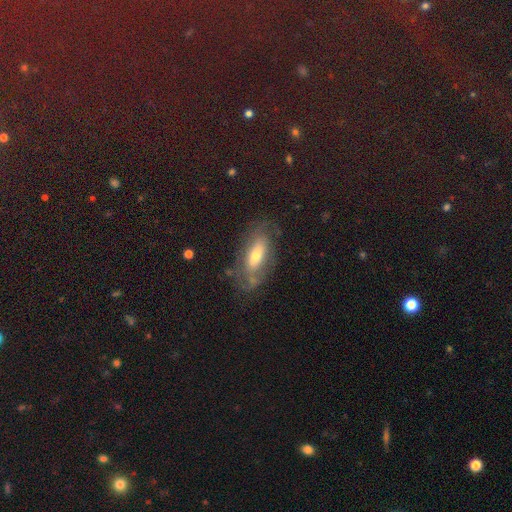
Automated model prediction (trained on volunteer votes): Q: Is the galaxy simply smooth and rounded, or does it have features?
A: featured or disk — 53%.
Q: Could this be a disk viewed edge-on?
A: no — 81%.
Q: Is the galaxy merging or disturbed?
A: none — 64%.